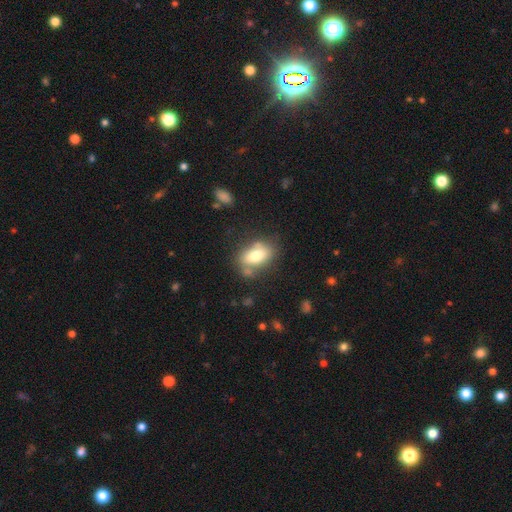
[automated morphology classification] smooth_or_featured: smooth (p=0.71) [alt: featured or disk p=0.21]
how_rounded: in between (p=0.86) [alt: round p=0.11]
merging: none (p=0.63) [alt: minor disturbance p=0.21]